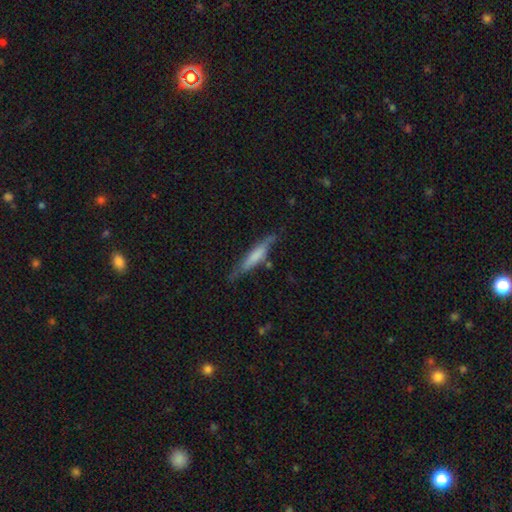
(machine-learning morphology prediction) Smooth or featured? Predicted: smooth (p=0.57). How rounded? Predicted: cigar-shaped (p=0.89). Merging? Predicted: none (p=0.71).